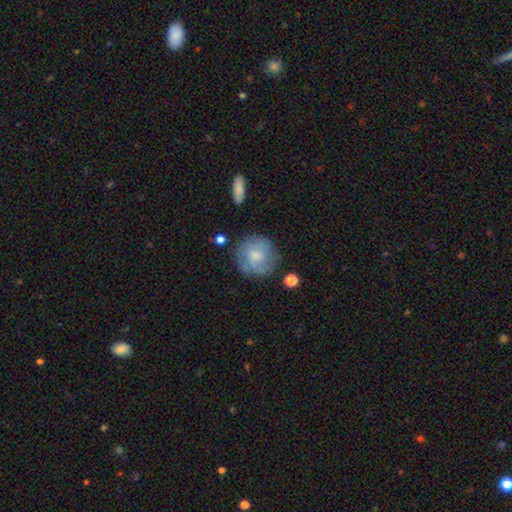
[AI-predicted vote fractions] This is possibly a smooth galaxy (57%). How rounded: clearly round (89%). Merging: likely none (71%).